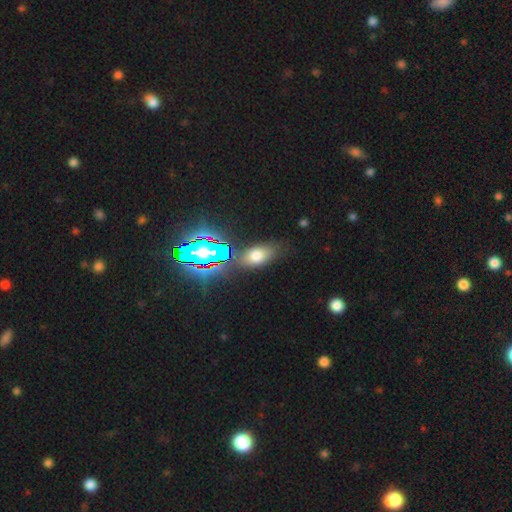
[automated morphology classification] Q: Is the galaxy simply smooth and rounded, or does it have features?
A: smooth — 61%.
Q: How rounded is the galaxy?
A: in between — 84%.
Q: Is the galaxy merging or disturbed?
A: none — 77%.